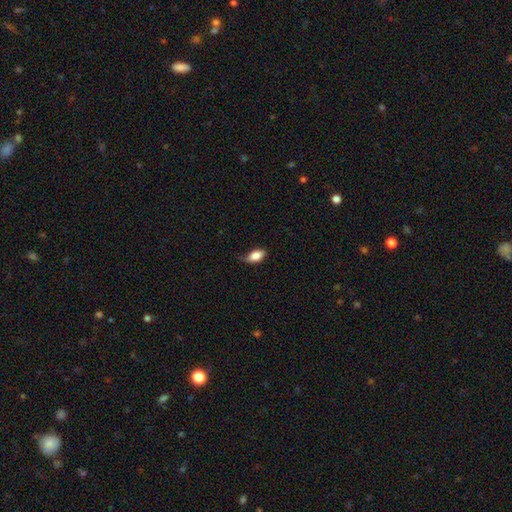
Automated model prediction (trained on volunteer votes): Smooth or featured?
  - smooth: 81% *
  - featured or disk: 12%
  - star or artifact: 7%
How rounded?
  - in between: 88% *
  - cigar-shaped: 6%
  - round: 5%
Merging?
  - none: 55% *
  - minor disturbance: 35%
  - major disturbance: 8%
  - merger: 2%